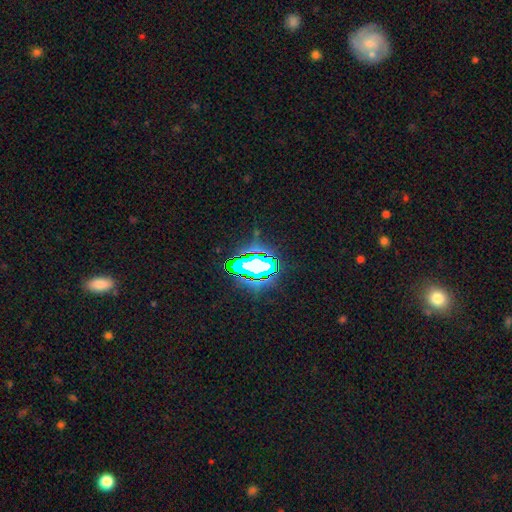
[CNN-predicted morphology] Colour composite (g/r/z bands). It shows a star or artifact, not a galaxy (76%).